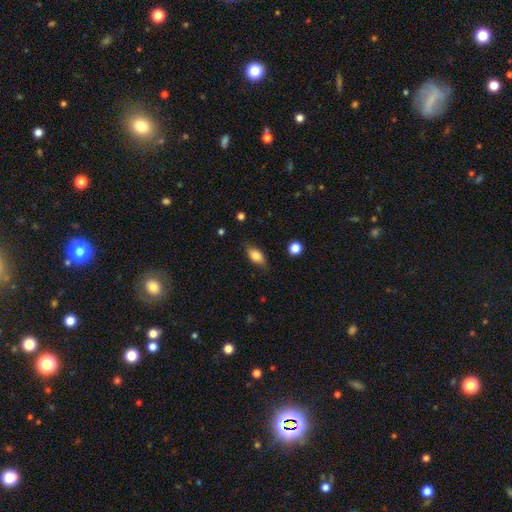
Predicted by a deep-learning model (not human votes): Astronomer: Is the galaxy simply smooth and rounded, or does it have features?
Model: smooth — 79%.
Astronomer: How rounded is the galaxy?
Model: in between — 85%.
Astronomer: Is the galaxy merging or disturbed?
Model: none — 78%.